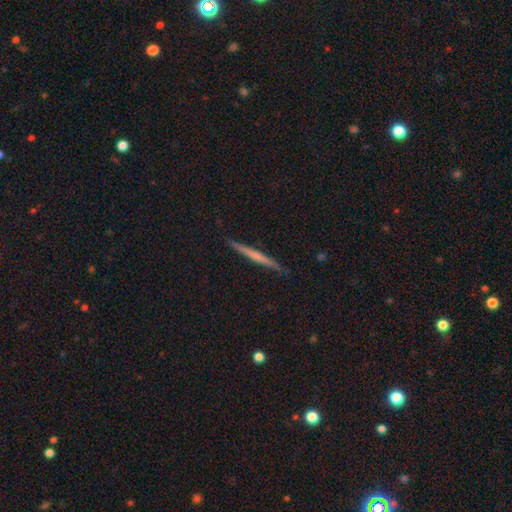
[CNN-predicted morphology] This appears to be a featured or disk galaxy (49%). Merging: none (90%).